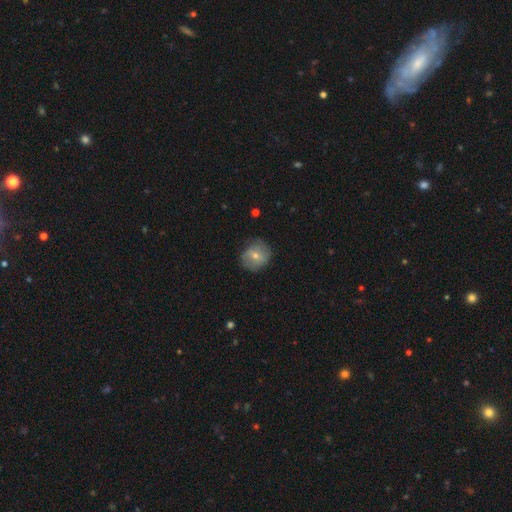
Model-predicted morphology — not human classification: type=smooth (51%); roundness=round (81%); merging=none (74%).